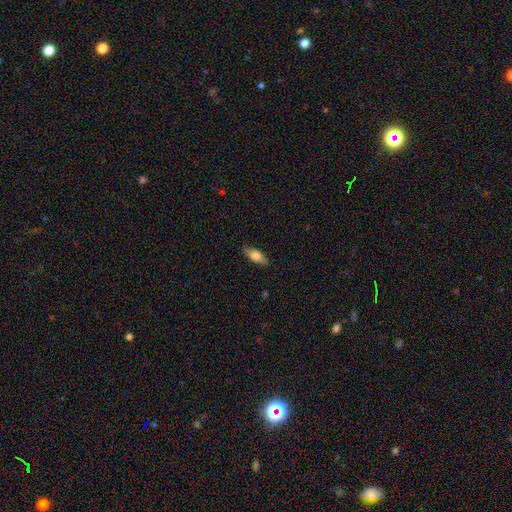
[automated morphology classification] This is likely a smooth galaxy (74%). How rounded: likely in between (75%). Merging: clearly none (84%).